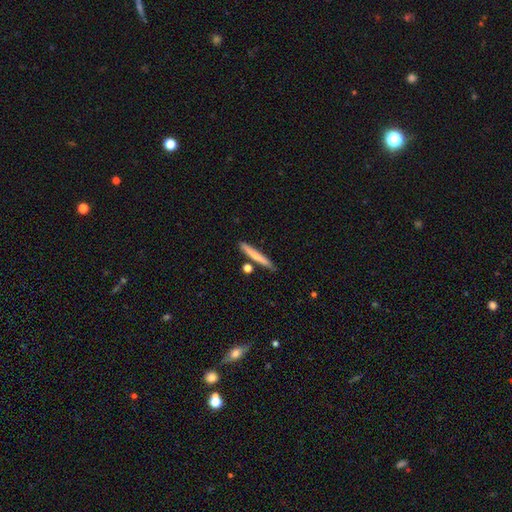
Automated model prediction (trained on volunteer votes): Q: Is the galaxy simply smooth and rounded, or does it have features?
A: smooth — 68%.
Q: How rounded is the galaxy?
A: cigar-shaped — 94%.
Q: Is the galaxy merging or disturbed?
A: none — 80%.